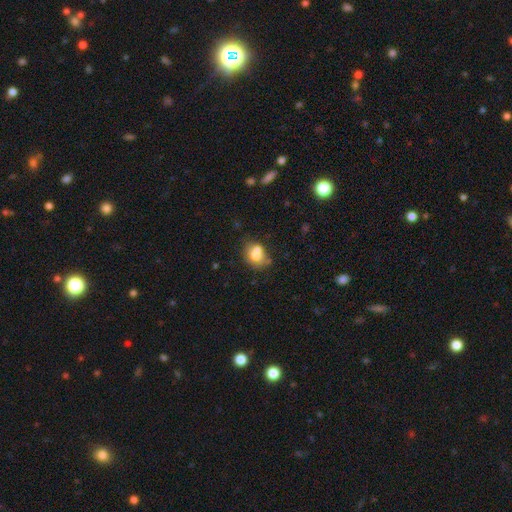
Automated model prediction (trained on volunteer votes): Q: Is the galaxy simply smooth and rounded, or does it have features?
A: smooth — 69%.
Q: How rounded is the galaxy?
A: round — 52%.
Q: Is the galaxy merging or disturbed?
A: merger — 45%.